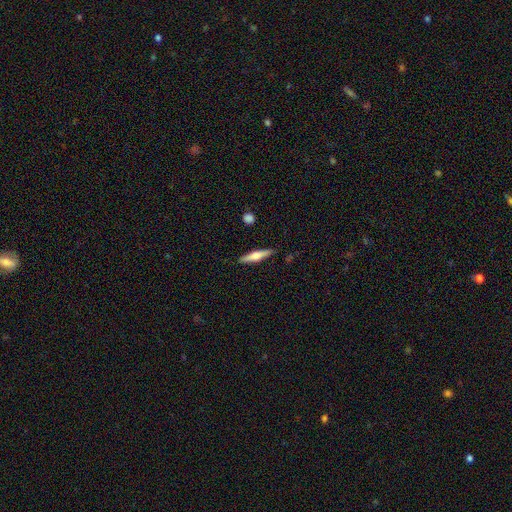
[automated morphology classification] Smooth or featured? Predicted: featured or disk (p=0.49). Merging? Predicted: none (p=0.88).